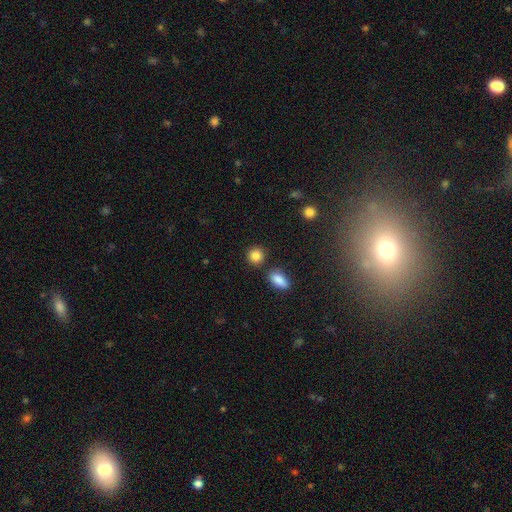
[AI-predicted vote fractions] This appears to be a smooth galaxy with no disk features (86%) that is round (84%). Merging: none (81%).